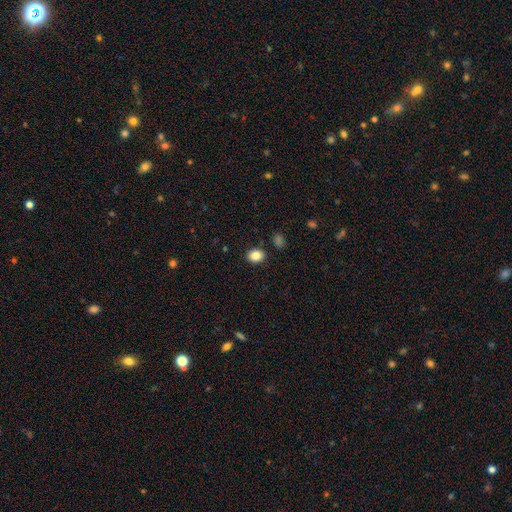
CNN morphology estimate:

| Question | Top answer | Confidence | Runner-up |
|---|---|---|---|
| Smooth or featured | smooth | 86% | star or artifact (9%) |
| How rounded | in between | 56% | round (44%) |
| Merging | none | 87% | minor disturbance (8%) |